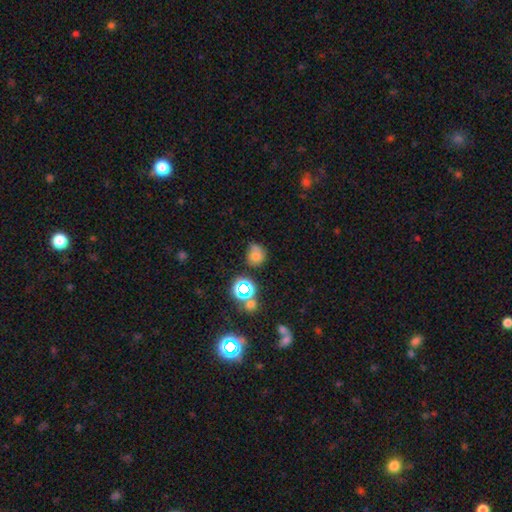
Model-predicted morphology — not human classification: A smooth galaxy with no disk features (65%) that is round (78%). Merging: none (60%).